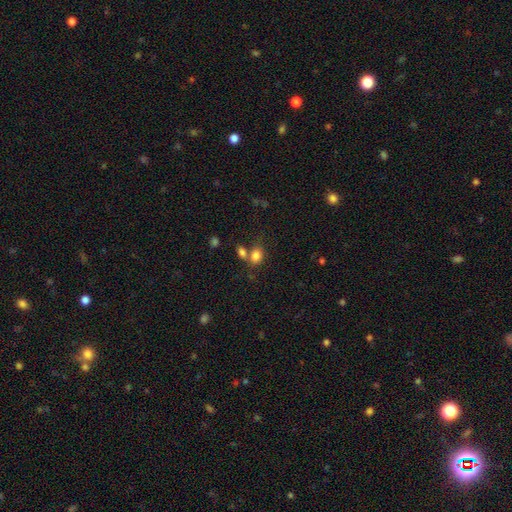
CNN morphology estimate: smooth_or_featured: smooth (p=0.82) [alt: star or artifact p=0.11]
how_rounded: in between (p=0.66) [alt: round p=0.32]
merging: none (p=0.47) [alt: merger p=0.34]